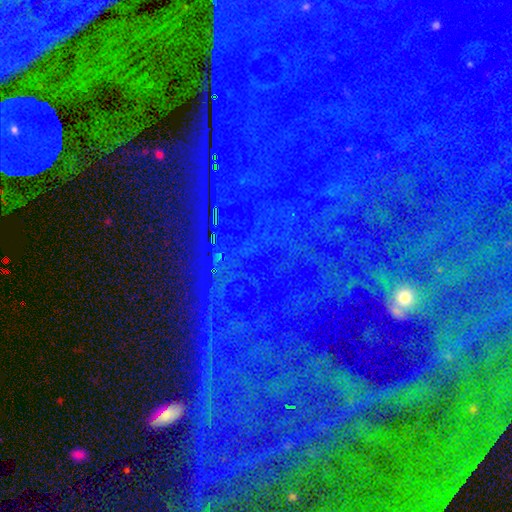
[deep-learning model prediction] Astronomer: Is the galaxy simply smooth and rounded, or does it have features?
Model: star or artifact — 82%.